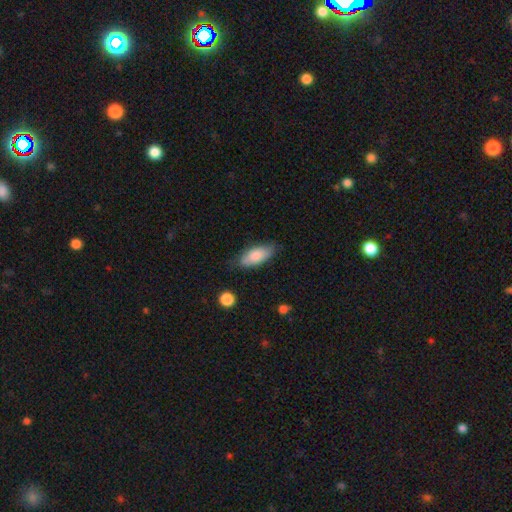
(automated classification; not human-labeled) Overall: smooth (83%). How rounded: in between (83%). Merging: none (76%).